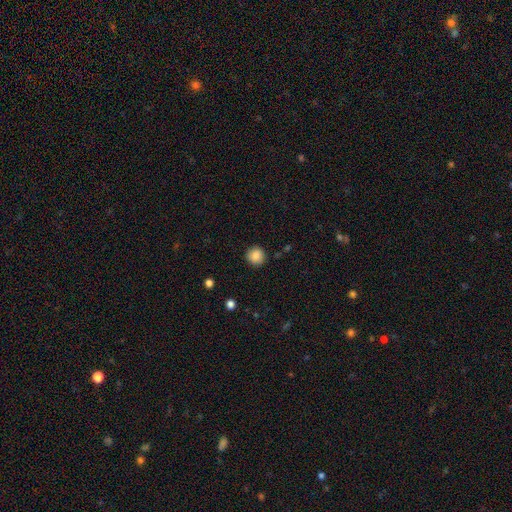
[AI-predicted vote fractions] Smooth or featured?
  - smooth: 87% *
  - star or artifact: 9%
  - featured or disk: 4%
How rounded?
  - round: 93% *
  - in between: 6%
  - cigar-shaped: 1%
Merging?
  - none: 90% *
  - minor disturbance: 7%
  - major disturbance: 2%
  - merger: 1%